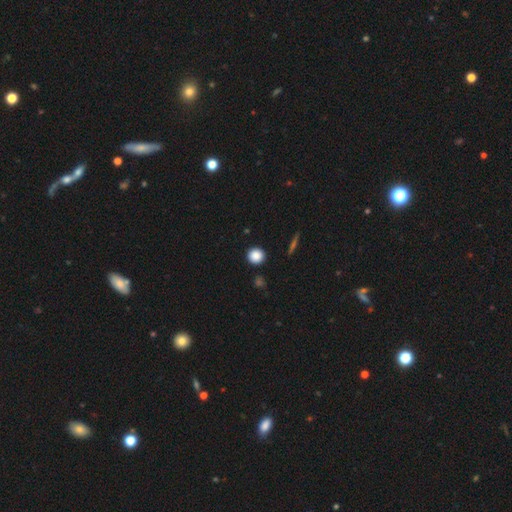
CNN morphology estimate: type=smooth (87%); roundness=round (92%); merging=none (91%).